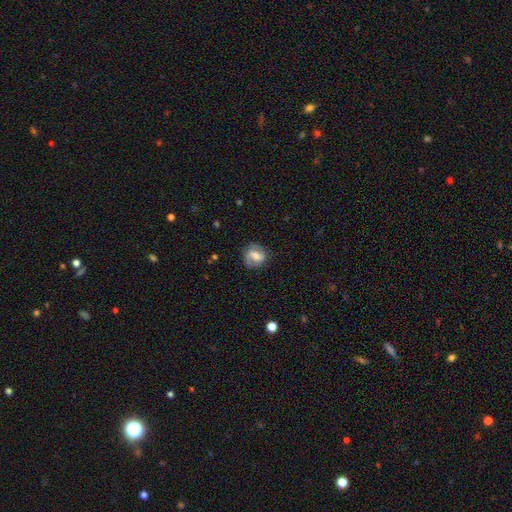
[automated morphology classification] The model was most divided on "bar": weak: 45%, strong: 31%, no: 24%. More confident: edge-on disk — no (96%); spiral arms — yes (80%); merging — none (72%); smooth or featured — featured or disk (53%); bulge size — moderate (51%).